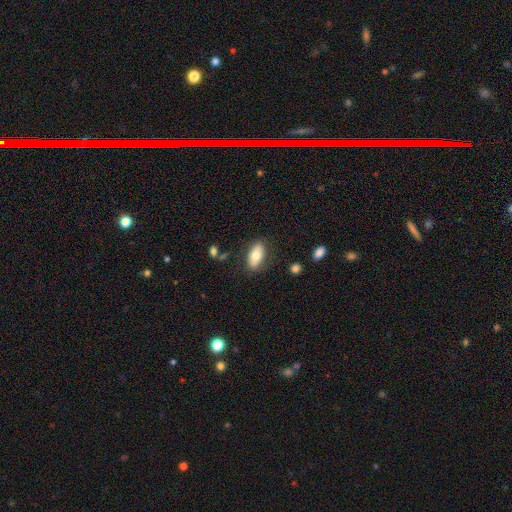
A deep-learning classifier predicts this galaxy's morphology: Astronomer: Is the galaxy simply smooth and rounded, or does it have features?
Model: smooth — 72%.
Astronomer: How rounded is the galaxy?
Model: in between — 89%.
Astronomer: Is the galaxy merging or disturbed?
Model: none — 82%.